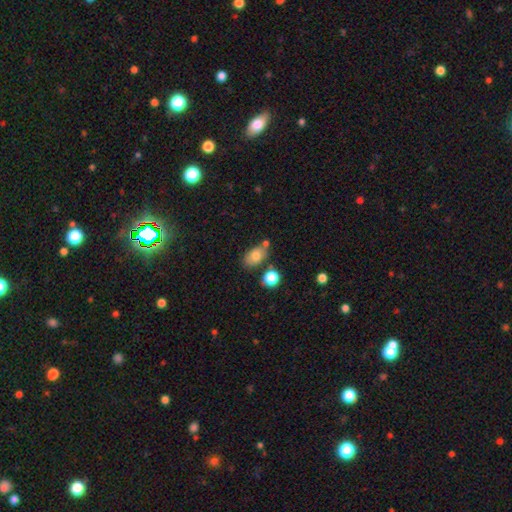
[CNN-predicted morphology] Smooth or featured? Predicted: smooth (p=0.79). How rounded? Predicted: in between (p=0.85). Merging? Predicted: none (p=0.64).